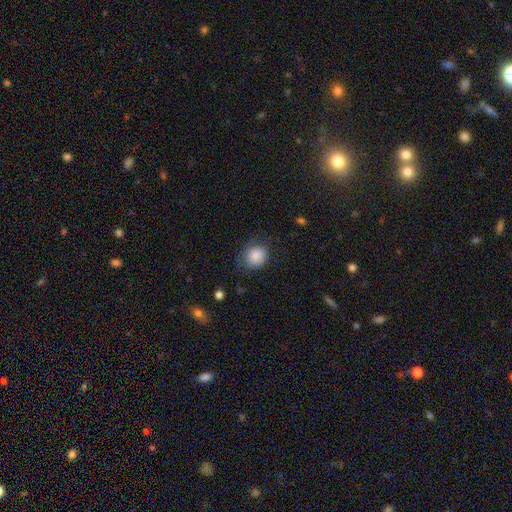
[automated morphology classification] Q: Smooth or featured?
A: smooth (85%); runner-up: star or artifact (8%)
Q: How rounded?
A: round (71%); runner-up: in between (28%)
Q: Merging?
A: none (67%); runner-up: minor disturbance (23%)